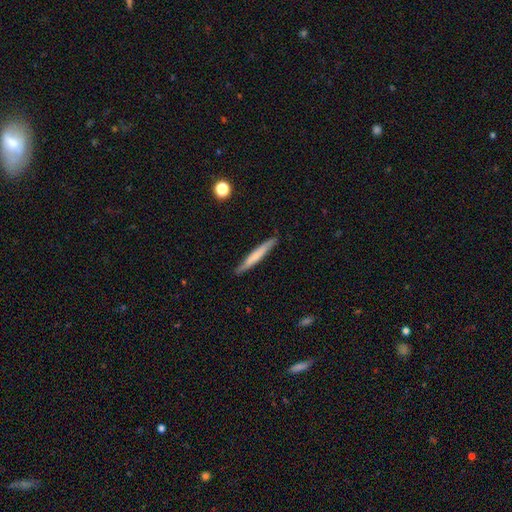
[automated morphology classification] smooth 62%, featured or disk 33%, star or artifact 5%. Down the decision tree: how rounded — cigar-shaped (96%); merging — none (88%).